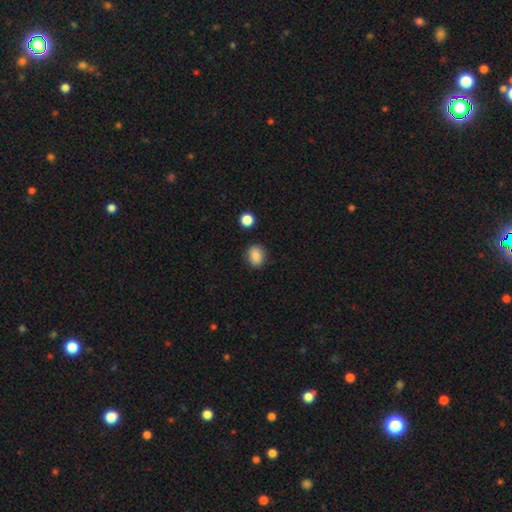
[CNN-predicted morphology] Smooth or featured: smooth — 86% (star or artifact — 9%)
How rounded: round — 58% (in between — 41%)
Merging: none — 84% (minor disturbance — 11%)